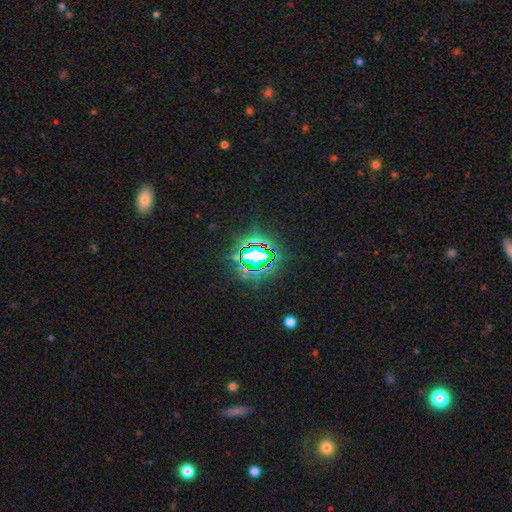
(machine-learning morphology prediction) Overall: star or artifact (75%).